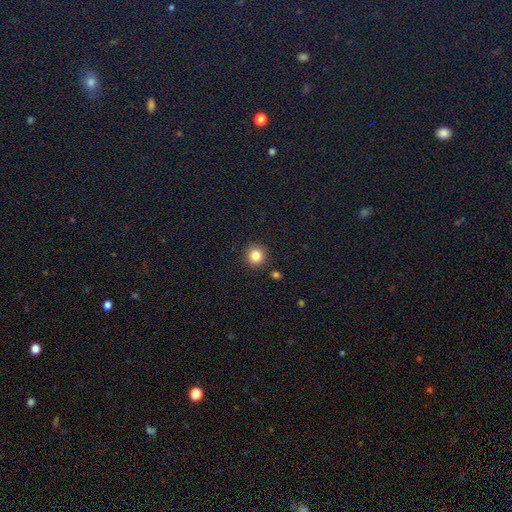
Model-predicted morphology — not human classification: The model was most divided on "smooth or featured": smooth: 84%, star or artifact: 11%, featured or disk: 5%. More confident: how rounded — round (92%); merging — none (90%).